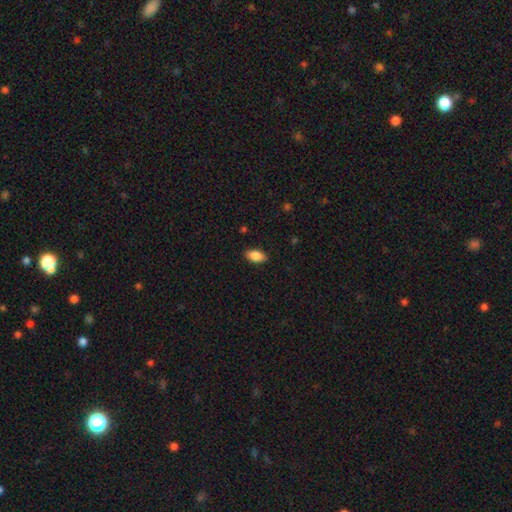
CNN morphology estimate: The model was most divided on "merging": none: 88%, minor disturbance: 9%, major disturbance: 2%, merger: 1%. More confident: how rounded — in between (92%); smooth or featured — smooth (87%).